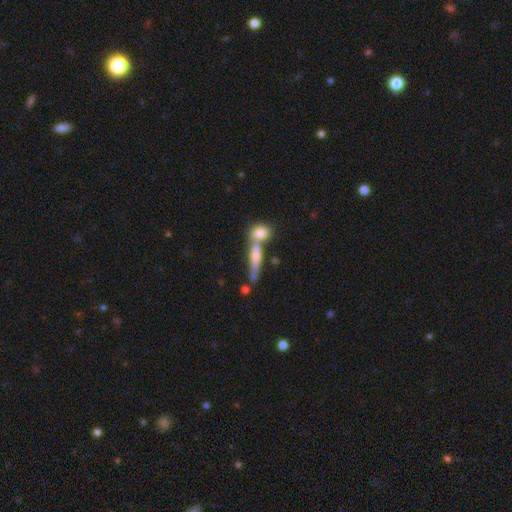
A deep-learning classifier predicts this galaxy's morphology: Smooth or featured?
  - smooth: 60% *
  - featured or disk: 31%
  - star or artifact: 8%
How rounded?
  - cigar-shaped: 68% *
  - in between: 24%
  - round: 8%
Merging?
  - none: 43% *
  - merger: 39%
  - minor disturbance: 12%
  - major disturbance: 6%